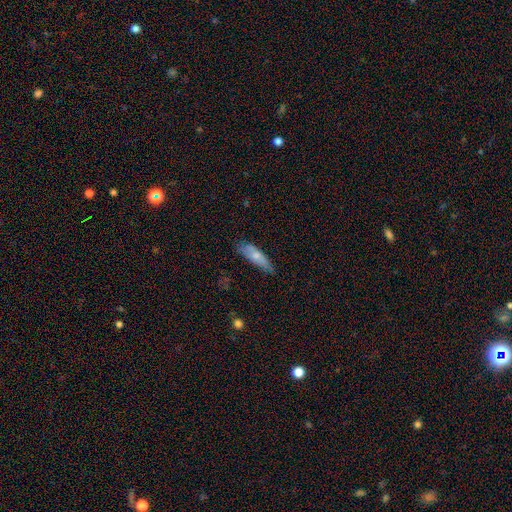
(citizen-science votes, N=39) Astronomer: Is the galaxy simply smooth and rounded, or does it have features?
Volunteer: smooth — 69%.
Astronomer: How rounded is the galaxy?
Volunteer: cigar-shaped — 78%.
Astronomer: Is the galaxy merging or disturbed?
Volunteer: none — 63%.